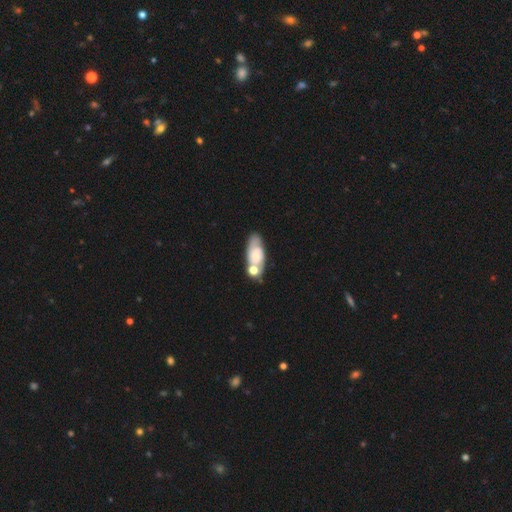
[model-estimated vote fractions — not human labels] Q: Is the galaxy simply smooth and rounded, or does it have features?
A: featured or disk — 53%.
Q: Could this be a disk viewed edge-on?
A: no — 87%.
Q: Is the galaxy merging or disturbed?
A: none — 47%.